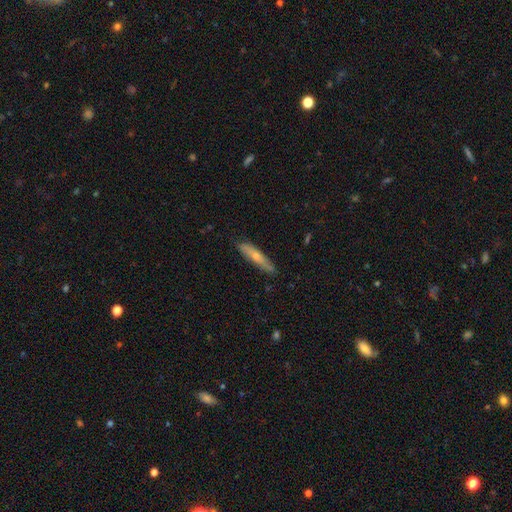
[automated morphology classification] Smooth or featured: smooth — 48% (featured or disk — 44%)
Merging: none — 83% (minor disturbance — 13%)